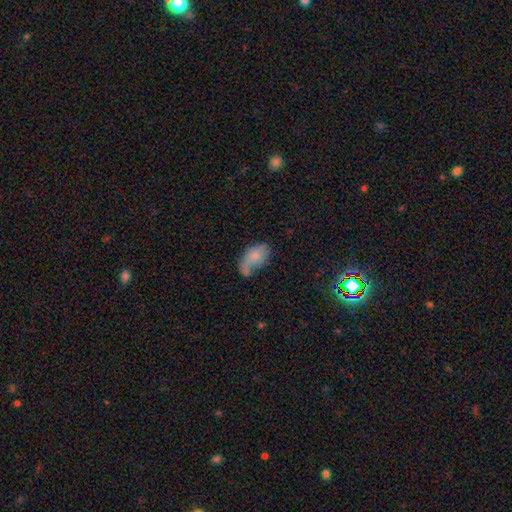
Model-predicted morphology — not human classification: Smooth or featured? Predicted: smooth (p=0.64). How rounded? Predicted: in between (p=0.90). Merging? Predicted: none (p=0.30).